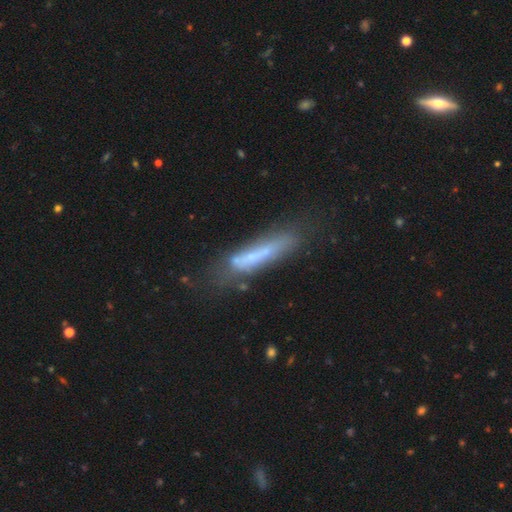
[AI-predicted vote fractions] smooth-or-featured: smooth: 52% | featured or disk: 38% | star or artifact: 10%
  how-rounded: cigar-shaped: 88% | in between: 11% | round: 1%
  merging: none: 59% | minor disturbance: 23% | major disturbance: 12% | merger: 6%